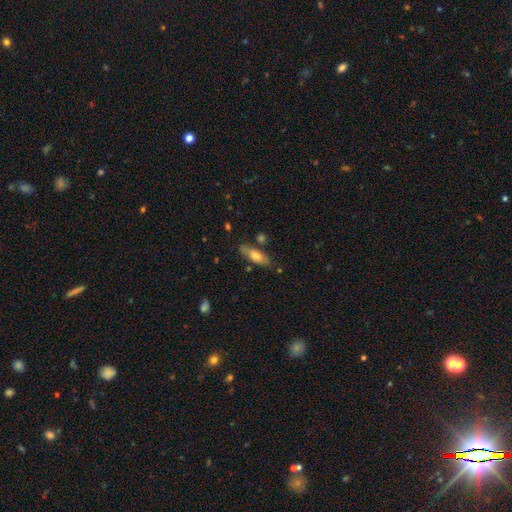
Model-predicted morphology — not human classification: Smooth or featured? smooth (70%)
How rounded? in between (55%)
Merging? none (76%)